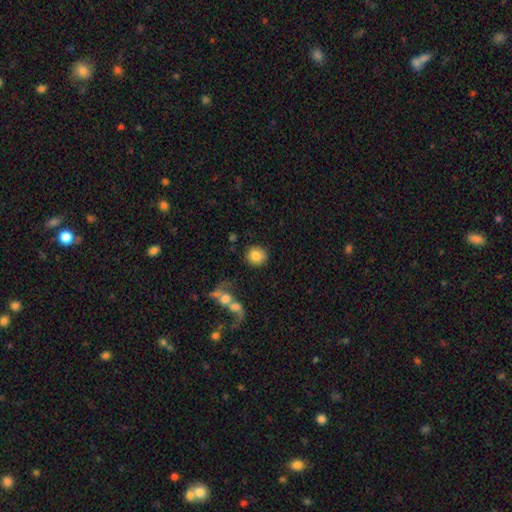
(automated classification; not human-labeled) The model was most divided on "smooth or featured": smooth: 81%, featured or disk: 11%, star or artifact: 8%. More confident: how rounded — round (87%); merging — none (82%).